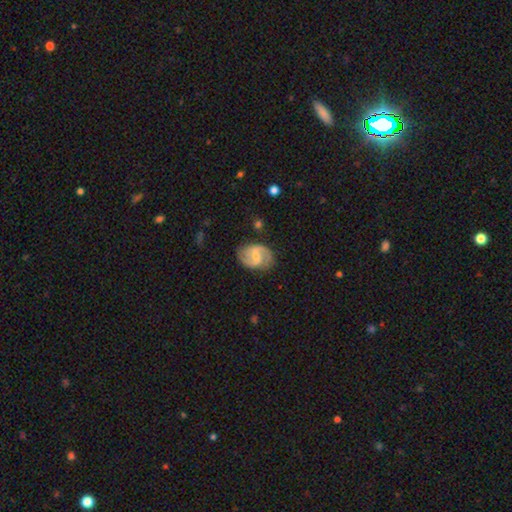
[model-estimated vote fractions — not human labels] Morphology: type=featured or disk (80%); edge-on=no (98%); bar=weak (56%); spiral arms=yes (94%); winding=medium (50%); arm count=2 (91%); bulge=small (57%); merging=none (77%).